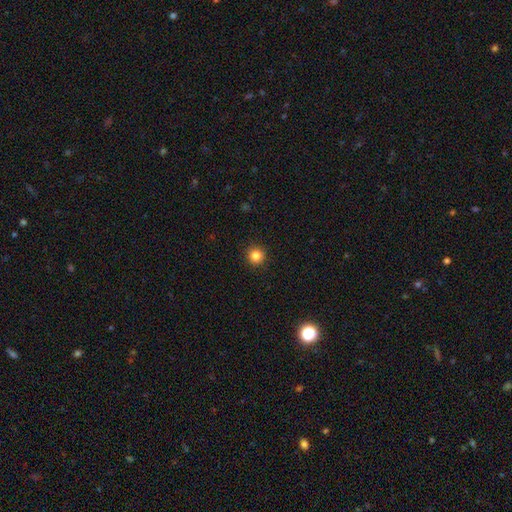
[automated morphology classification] The model was most divided on "smooth or featured": smooth: 84%, star or artifact: 12%, featured or disk: 4%. More confident: how rounded — round (95%); merging — none (92%).